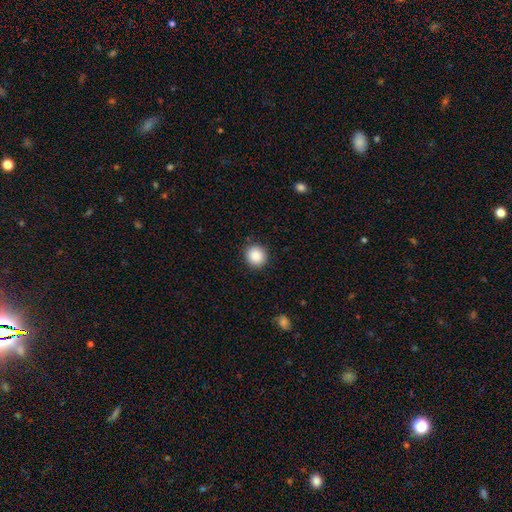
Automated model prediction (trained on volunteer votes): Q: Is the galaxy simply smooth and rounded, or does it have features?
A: smooth — 88%.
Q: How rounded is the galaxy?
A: round — 91%.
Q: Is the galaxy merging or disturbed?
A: none — 90%.